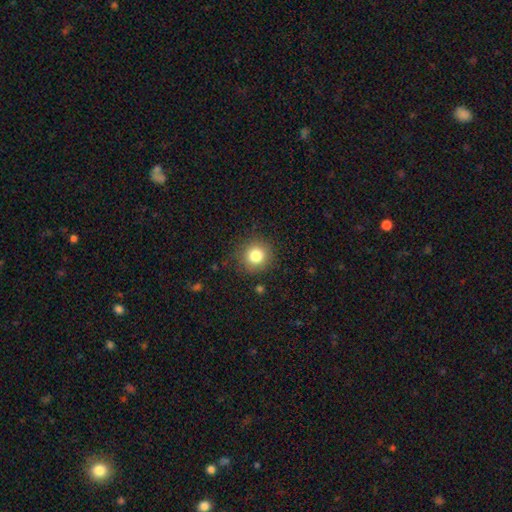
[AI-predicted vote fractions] A smooth galaxy with no disk features (81%) that is round (91%).

Vote fractions:
- Smooth or featured? smooth: 81% / star or artifact: 11% / featured or disk: 8%
- How rounded? round: 91% / in between: 8% / cigar-shaped: 1%
- Merging? none: 86% / minor disturbance: 10% / major disturbance: 3% / merger: 1%